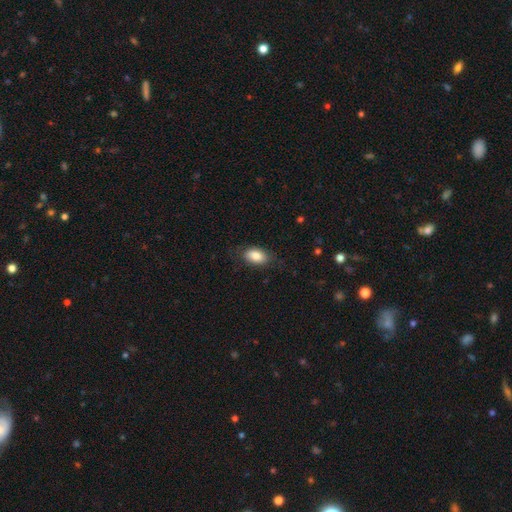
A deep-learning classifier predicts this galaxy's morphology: Smooth or featured: smooth — 84% (featured or disk — 9%)
How rounded: in between — 91% (round — 7%)
Merging: none — 75% (minor disturbance — 18%)